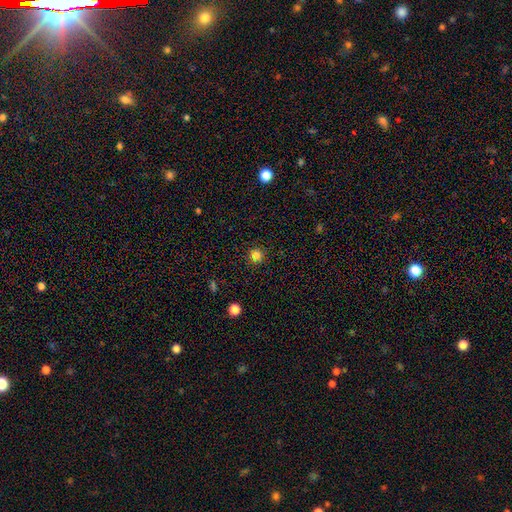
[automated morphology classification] Smooth or featured? Predicted: smooth (p=0.79). How rounded? Predicted: round (p=0.94). Merging? Predicted: none (p=0.85).